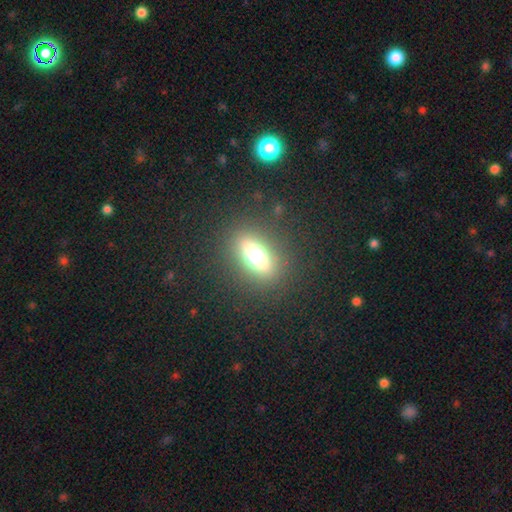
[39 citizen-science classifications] Smooth or featured? 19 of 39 (49%) said featured or disk. Edge-on disk? 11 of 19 (58%) said yes. Edge-on bulge? 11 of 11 (100%) said rounded. Merging? 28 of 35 (80%) said none.